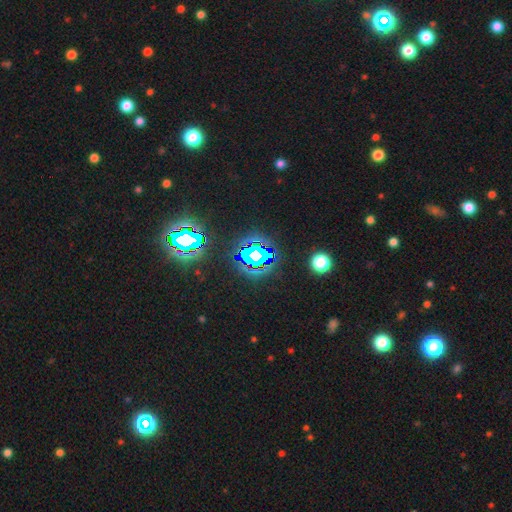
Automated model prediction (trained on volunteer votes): A star or artifact, not a galaxy (80%).

Vote fractions:
- Smooth or featured? star or artifact: 80% / smooth: 12% / featured or disk: 8%